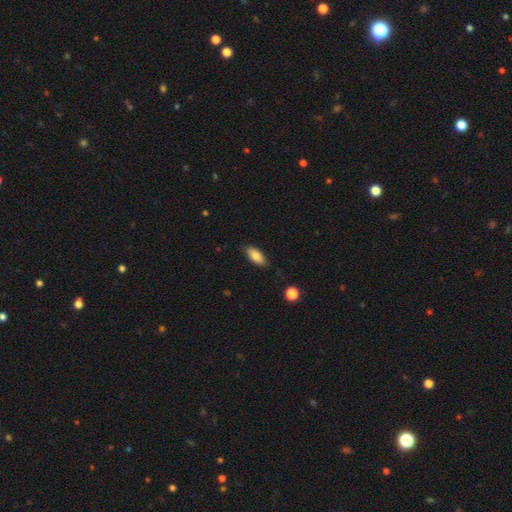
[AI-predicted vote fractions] Smooth or featured? smooth (82%)
How rounded? in between (87%)
Merging? none (84%)